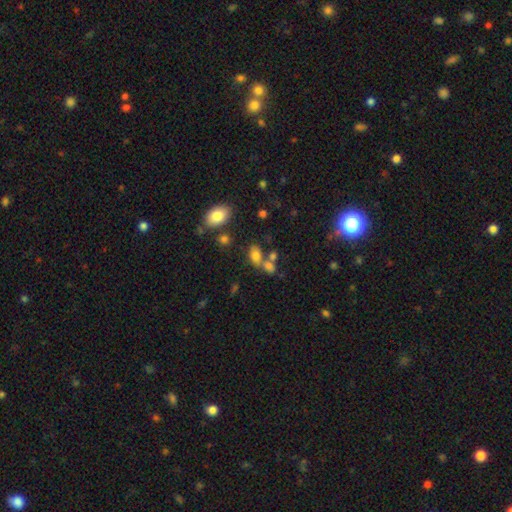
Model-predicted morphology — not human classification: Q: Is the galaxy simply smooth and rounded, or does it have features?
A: smooth — 75%.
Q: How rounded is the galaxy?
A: in between — 81%.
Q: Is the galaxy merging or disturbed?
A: none — 44%.